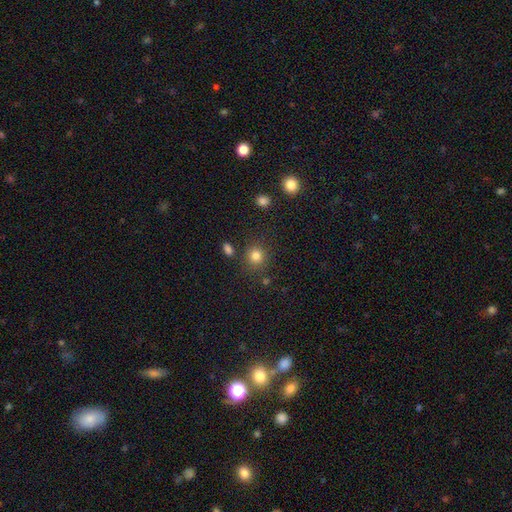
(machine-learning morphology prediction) type=smooth (82%); roundness=round (88%); merging=none (82%).